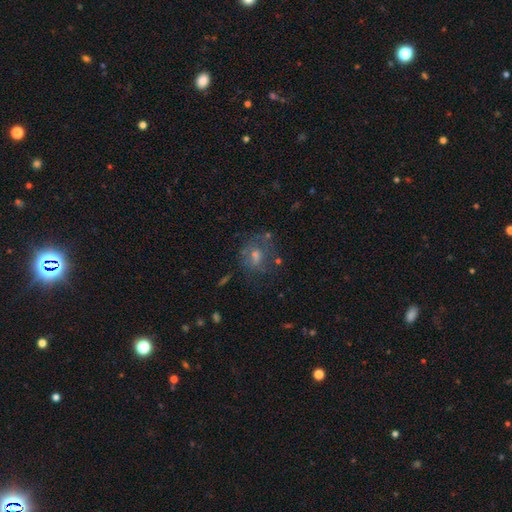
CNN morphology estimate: Smooth or featured: featured or disk — 40% (smooth — 38%)
Merging: none — 61% (minor disturbance — 19%)